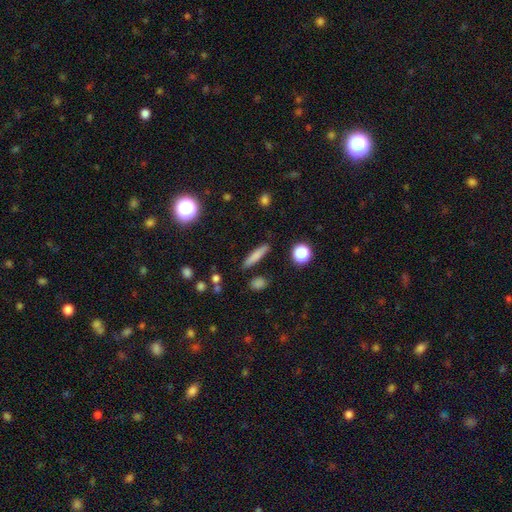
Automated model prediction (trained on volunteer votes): Overall: smooth (76%). How rounded: cigar-shaped (85%). Merging: none (87%).